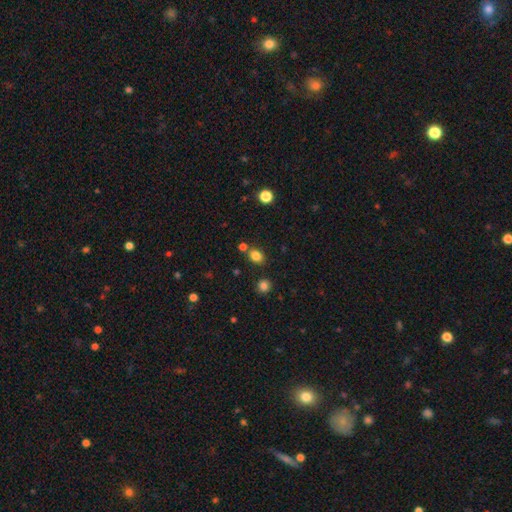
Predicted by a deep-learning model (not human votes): smooth_or_featured: smooth (p=0.82) [alt: star or artifact p=0.13]
how_rounded: in between (p=0.57) [alt: round p=0.42]
merging: none (p=0.75) [alt: minor disturbance p=0.11]